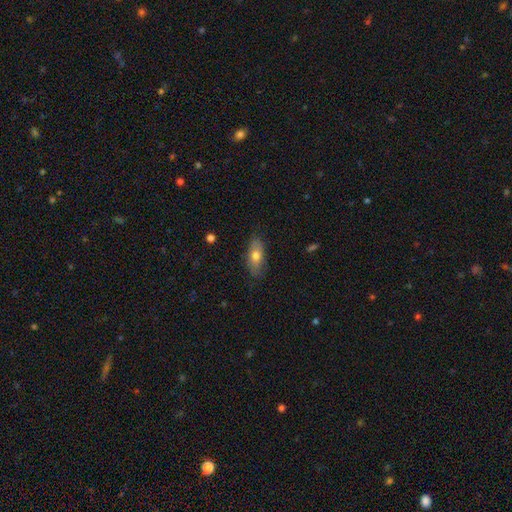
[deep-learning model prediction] The model was most divided on "smooth or featured": smooth: 69%, featured or disk: 24%, star or artifact: 7%. More confident: merging — none (80%); how rounded — in between (80%).